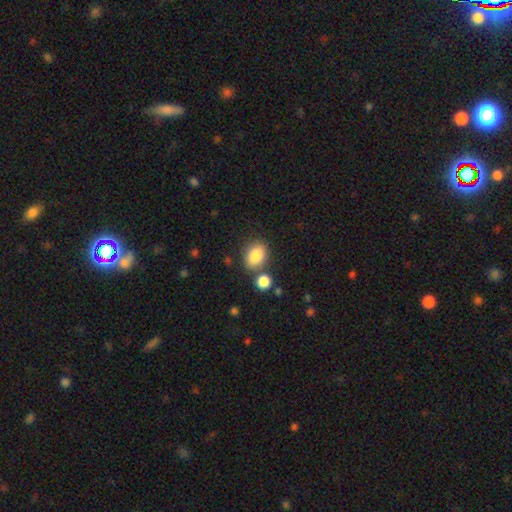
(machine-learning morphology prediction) smooth-or-featured: smooth: 86% | star or artifact: 8% | featured or disk: 6%
  how-rounded: in between: 74% | round: 24% | cigar-shaped: 1%
  merging: none: 70% | minor disturbance: 13% | merger: 13% | major disturbance: 4%